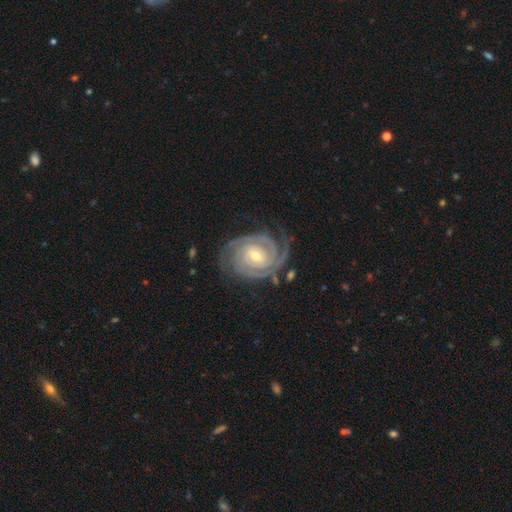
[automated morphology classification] Smooth or featured: featured or disk — 93% (star or artifact — 4%)
Edge-on disk: no — 98% (yes — 2%)
Bar: no — 44% (weak — 39%)
Spiral arms: yes — 99% (no — 1%)
Spiral winding: tight — 83% (medium — 15%)
Spiral arm count: 2 — 35% (3 — 30%)
Bulge size: moderate — 49% (small — 48%)
Merging: none — 75% (minor disturbance — 16%)